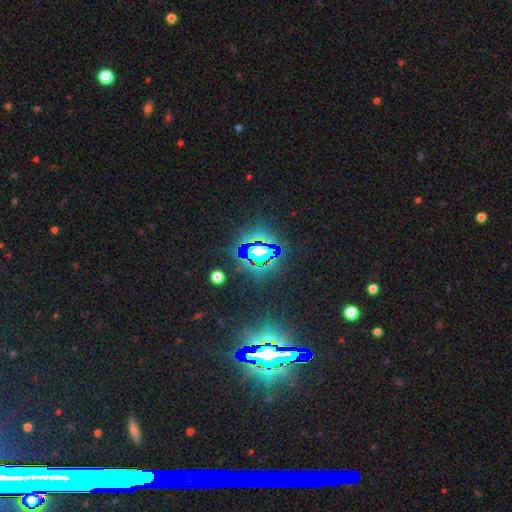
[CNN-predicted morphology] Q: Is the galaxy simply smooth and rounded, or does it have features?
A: star or artifact — 68%.